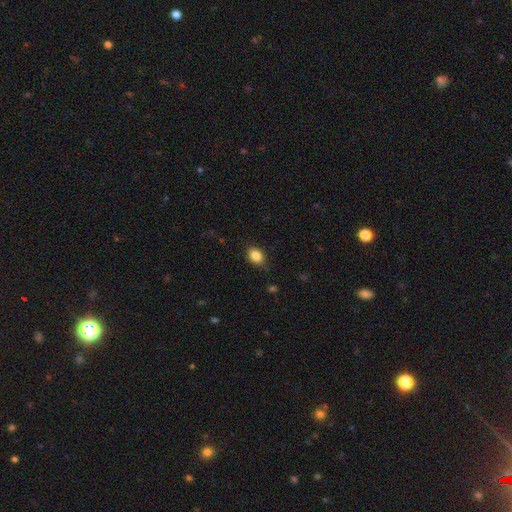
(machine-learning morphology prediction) smooth_or_featured: smooth (p=0.86) [alt: star or artifact p=0.09]
how_rounded: in between (p=0.73) [alt: round p=0.26]
merging: none (p=0.83) [alt: minor disturbance p=0.13]